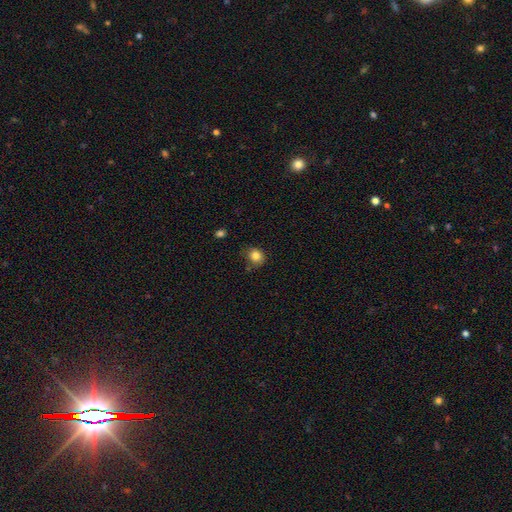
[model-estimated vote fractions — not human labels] smooth 82%, star or artifact 11%, featured or disk 7%. Down the decision tree: how rounded — round (79%); merging — none (74%).